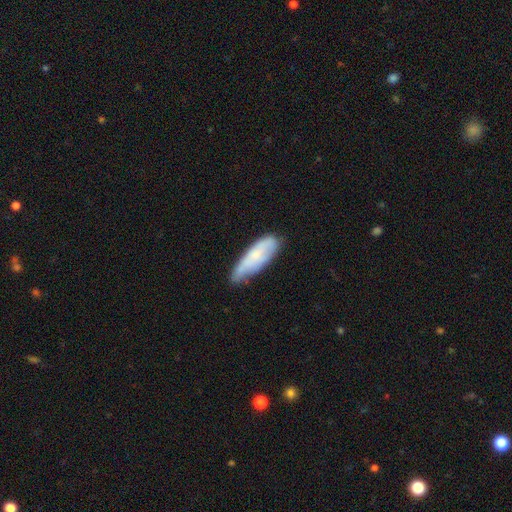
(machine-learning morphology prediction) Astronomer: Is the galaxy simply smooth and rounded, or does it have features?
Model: smooth — 61%.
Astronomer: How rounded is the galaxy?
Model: in between — 55% (runner-up: cigar-shaped, 43%).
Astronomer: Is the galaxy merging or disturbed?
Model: none — 49% (runner-up: minor disturbance, 38%).